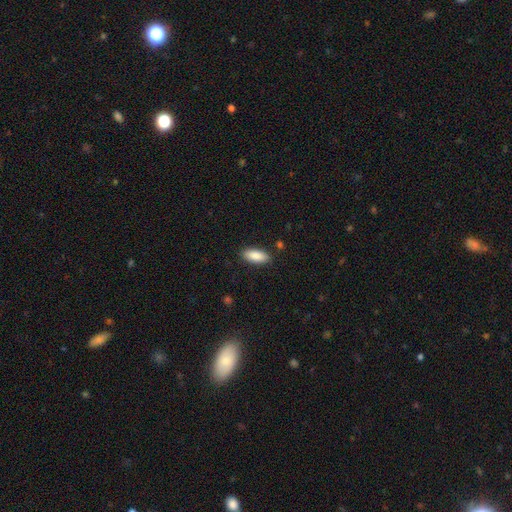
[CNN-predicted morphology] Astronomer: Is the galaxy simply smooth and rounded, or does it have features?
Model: smooth — 88%.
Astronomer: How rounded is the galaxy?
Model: in between — 82%.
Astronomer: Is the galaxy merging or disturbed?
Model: none — 87%.